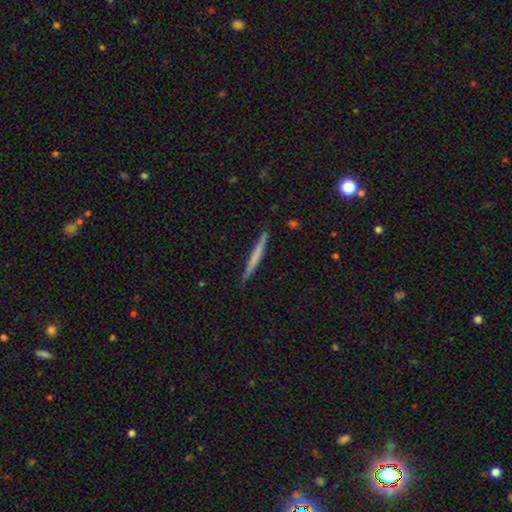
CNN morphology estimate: This is possibly a smooth galaxy (50%). How rounded: clearly cigar-shaped (97%). Merging: clearly none (90%).